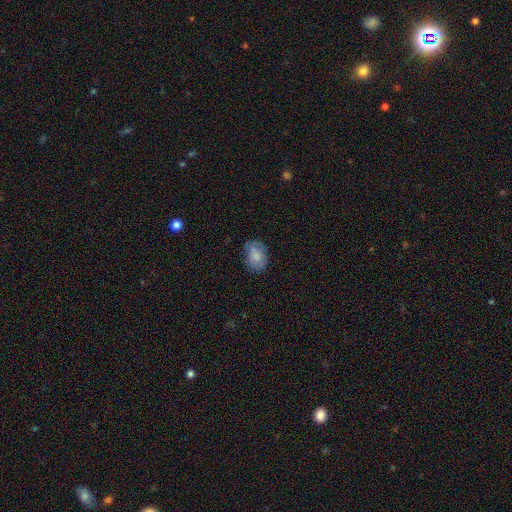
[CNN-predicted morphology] A smooth galaxy with no disk features (78%) that is in between round and cigar-shaped (72%).

Vote fractions:
- Smooth or featured? smooth: 78% / featured or disk: 14% / star or artifact: 8%
- How rounded? in between: 72% / round: 27% / cigar-shaped: 1%
- Merging? none: 63% / minor disturbance: 27% / major disturbance: 8% / merger: 2%